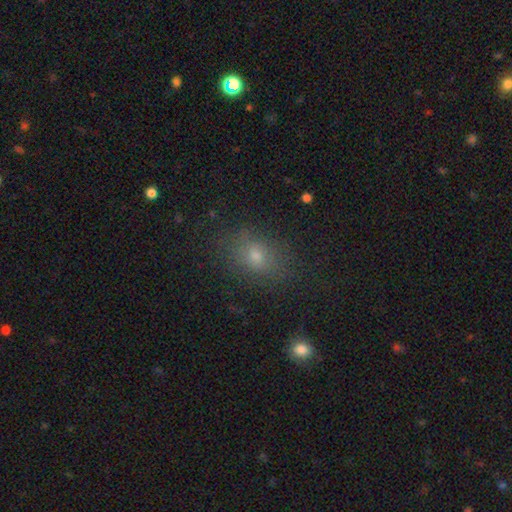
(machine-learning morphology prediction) Smooth or featured: smooth — 67% (star or artifact — 21%)
How rounded: in between — 64% (round — 34%)
Merging: none — 82% (minor disturbance — 12%)